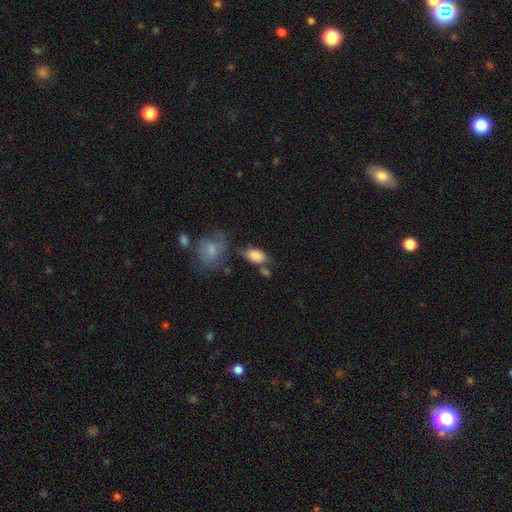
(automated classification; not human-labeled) This is clearly a smooth galaxy (82%). How rounded: clearly in between (91%). Merging: possibly none (50%).